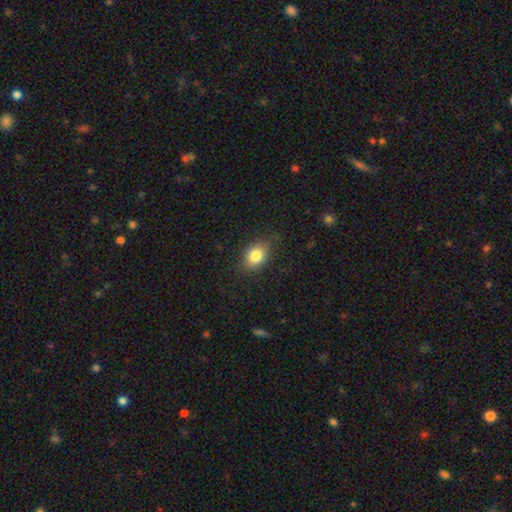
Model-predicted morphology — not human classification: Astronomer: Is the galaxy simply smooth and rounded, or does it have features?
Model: smooth — 81%.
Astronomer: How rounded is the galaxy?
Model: in between — 77%.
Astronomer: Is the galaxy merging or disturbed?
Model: none — 81%.